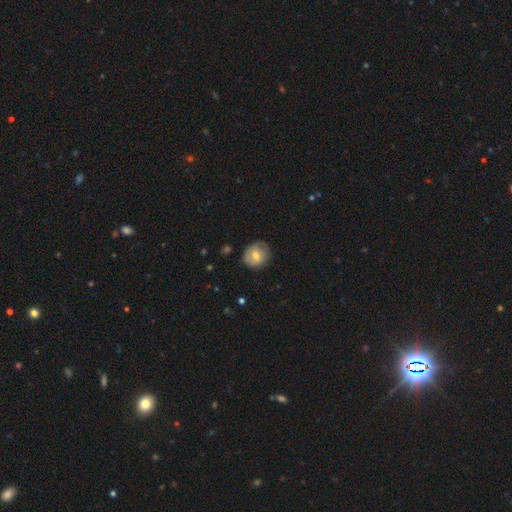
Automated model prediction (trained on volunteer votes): This is likely a smooth galaxy (61%). How rounded: likely round (75%). Merging: likely none (75%).